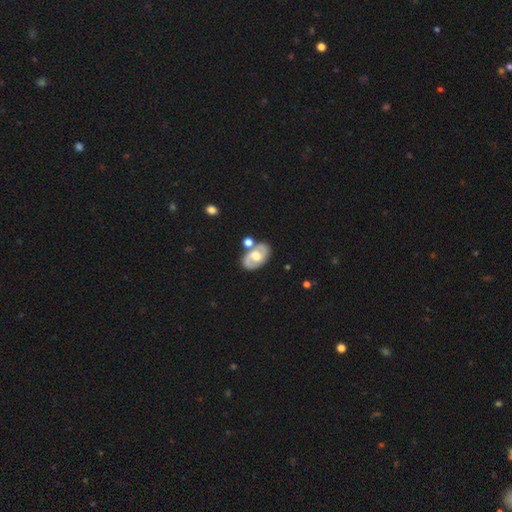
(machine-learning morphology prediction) smooth_or_featured: featured or disk (p=0.72) [alt: smooth p=0.22]
disk_edge_on: no (p=0.96) [alt: yes p=0.04]
bar: no (p=0.51) [alt: weak p=0.38]
has_spiral_arms: yes (p=0.78) [alt: no p=0.22]
spiral_winding: medium (p=0.47) [alt: tight p=0.31]
spiral_arm_count: 2 (p=0.84) [alt: can't tell p=0.09]
bulge_size: moderate (p=0.68) [alt: large p=0.18]
merging: none (p=0.67) [alt: minor disturbance p=0.15]